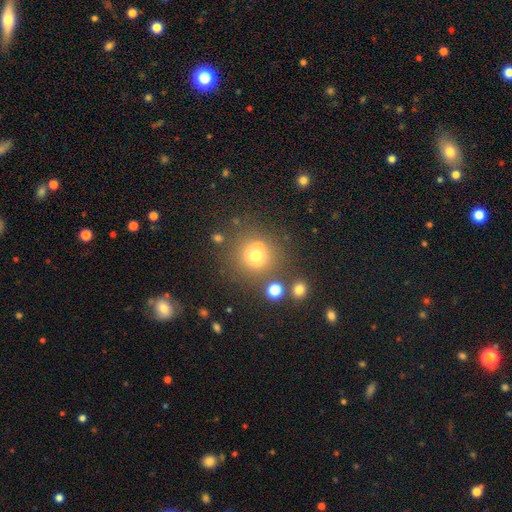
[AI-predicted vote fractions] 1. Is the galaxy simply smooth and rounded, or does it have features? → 66% smooth, 20% star or artifact, 15% featured or disk.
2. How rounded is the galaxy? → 91% round, 8% in between, 1% cigar-shaped.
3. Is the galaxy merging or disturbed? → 71% none, 14% merger, 11% minor disturbance, 5% major disturbance.